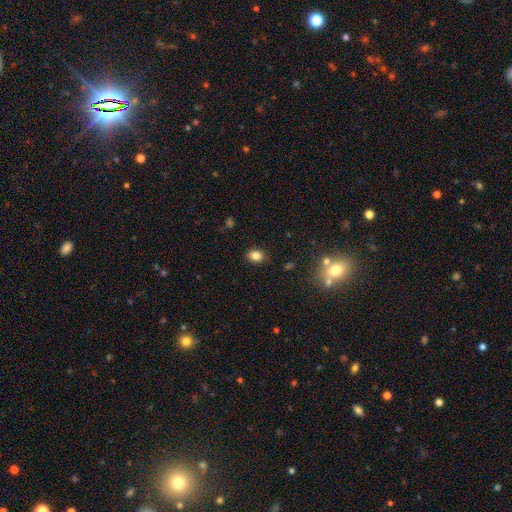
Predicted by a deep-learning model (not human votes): A smooth galaxy with no disk features (83%) that is in between round and cigar-shaped (67%).

Vote fractions:
- Smooth or featured? smooth: 83% / star or artifact: 11% / featured or disk: 6%
- How rounded? in between: 67% / round: 32% / cigar-shaped: 1%
- Merging? none: 83% / minor disturbance: 12% / major disturbance: 3% / merger: 1%